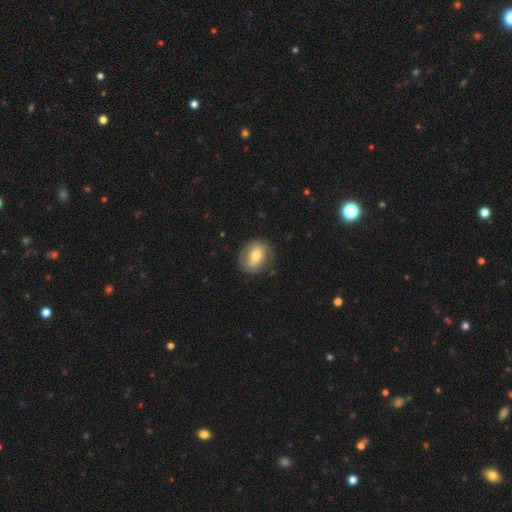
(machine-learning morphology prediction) featured or disk 53%, smooth 40%, star or artifact 7%. Down the decision tree: edge-on disk — no (95%); bar — weak (38%); spiral arms — yes (65%); bulge size — moderate (64%); merging — none (78%).